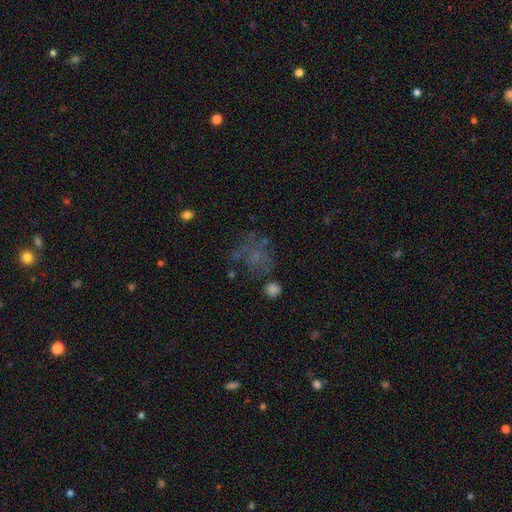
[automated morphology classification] Overall: featured or disk (36%, tied with smooth). Merging: none (46%; major disturbance 28%).